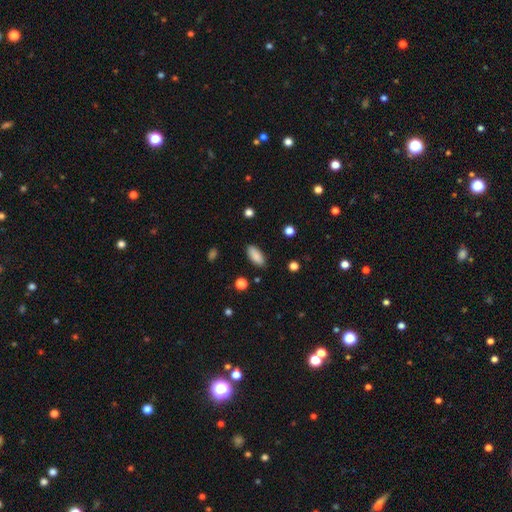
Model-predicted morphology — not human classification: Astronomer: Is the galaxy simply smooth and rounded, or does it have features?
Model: smooth — 88%.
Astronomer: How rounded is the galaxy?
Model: in between — 85%.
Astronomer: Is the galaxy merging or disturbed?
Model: none — 87%.